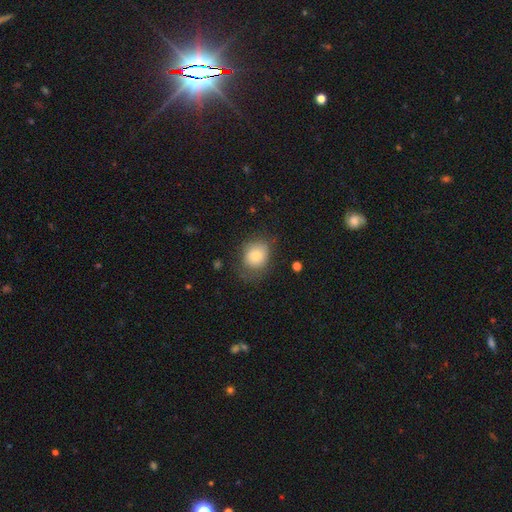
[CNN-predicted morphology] Q: Smooth or featured?
A: smooth (76%); runner-up: featured or disk (15%)
Q: How rounded?
A: round (63%); runner-up: in between (37%)
Q: Merging?
A: none (60%); runner-up: minor disturbance (27%)